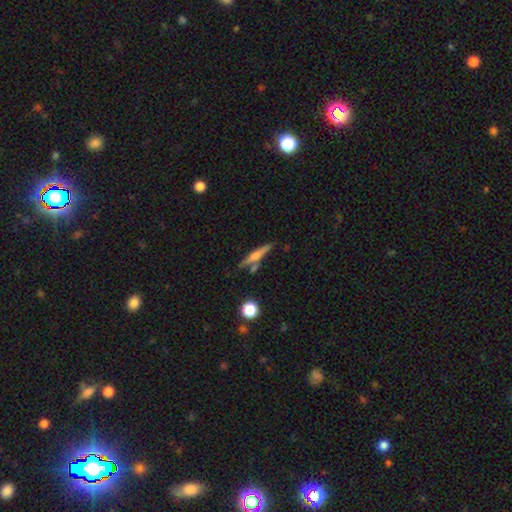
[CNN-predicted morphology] A featured or disk galaxy (52%) viewed edge-on (96%).

Vote fractions:
- Smooth or featured? featured or disk: 52% / smooth: 40% / star or artifact: 8%
- Edge-on disk? yes: 96% / no: 4%
- Merging? none: 74% / minor disturbance: 12% / merger: 10% / major disturbance: 3%